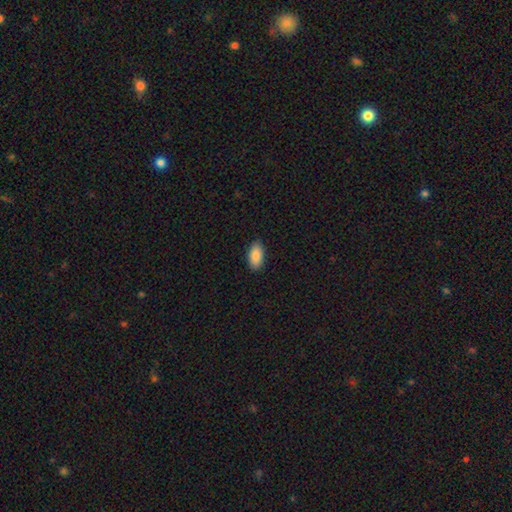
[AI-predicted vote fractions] Smooth or featured? smooth (89%)
How rounded? in between (94%)
Merging? none (89%)